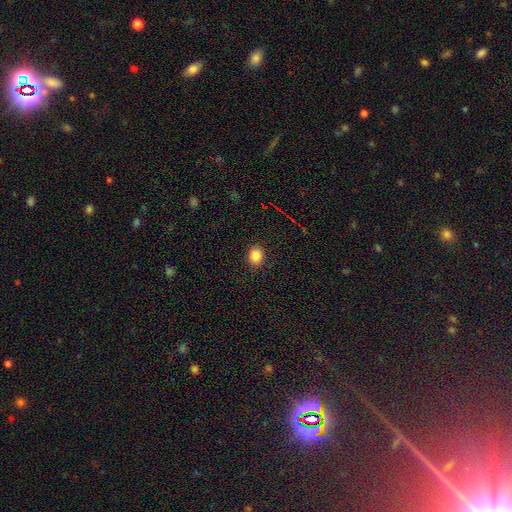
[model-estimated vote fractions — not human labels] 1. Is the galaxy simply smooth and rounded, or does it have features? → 85% smooth, 11% star or artifact, 4% featured or disk.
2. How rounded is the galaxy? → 53% round, 46% in between, 1% cigar-shaped.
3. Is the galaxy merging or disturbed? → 87% none, 9% minor disturbance, 3% major disturbance, 1% merger.